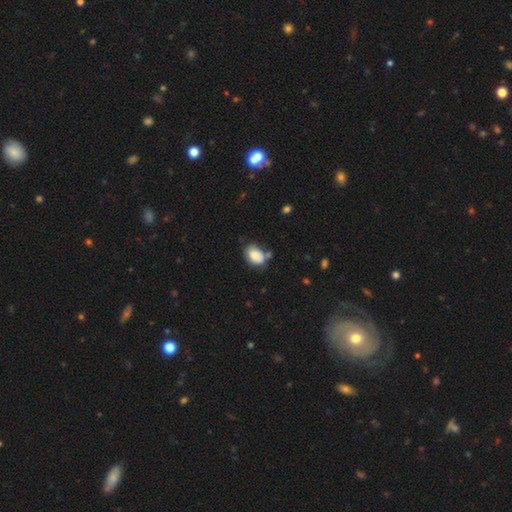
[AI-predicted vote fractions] This is clearly a smooth galaxy (83%). How rounded: clearly in between (81%). Merging: possibly none (54%).